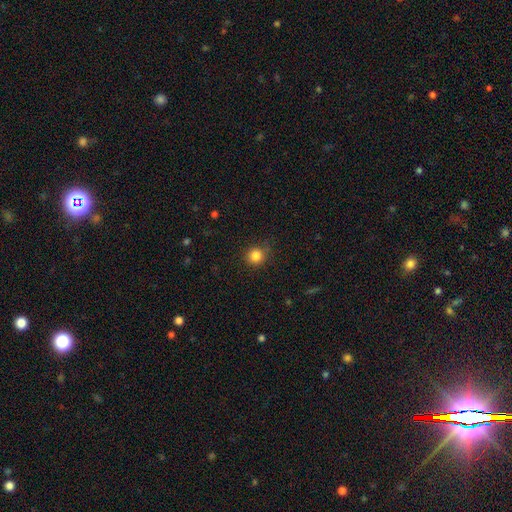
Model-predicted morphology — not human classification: Q: Smooth or featured?
A: smooth (84%); runner-up: star or artifact (12%)
Q: How rounded?
A: round (92%); runner-up: in between (7%)
Q: Merging?
A: none (83%); runner-up: minor disturbance (12%)